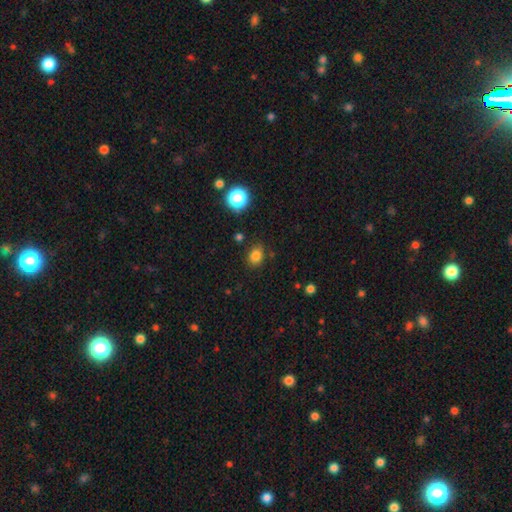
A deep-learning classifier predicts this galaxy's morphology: Smooth or featured: smooth — 81% (star or artifact — 14%)
How rounded: round — 51% (in between — 48%)
Merging: none — 81% (minor disturbance — 13%)